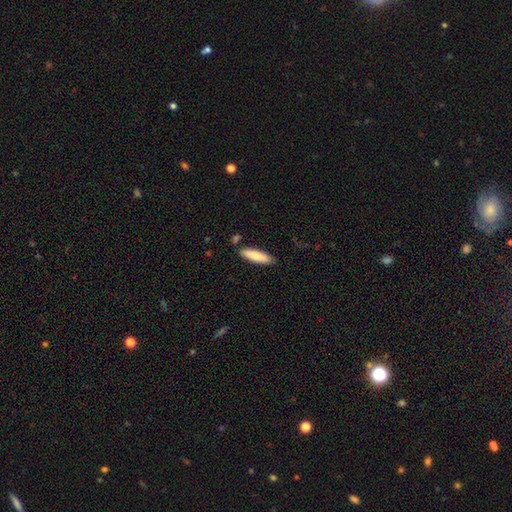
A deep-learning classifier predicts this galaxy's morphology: A smooth galaxy with no disk features (82%) that is cigar-shaped (63%). Merging: none (84%).